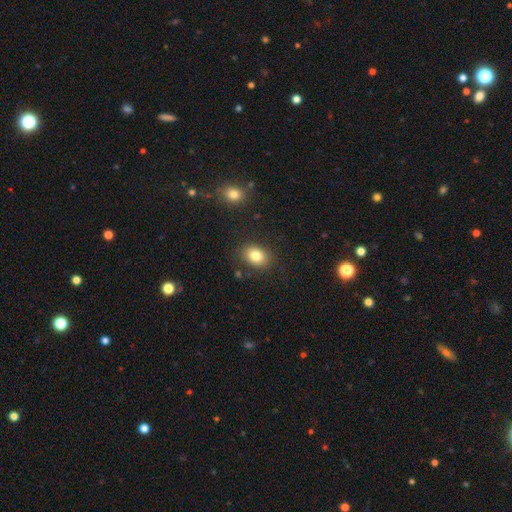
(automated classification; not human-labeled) smooth_or_featured: smooth (p=0.82) [alt: star or artifact p=0.09]
how_rounded: in between (p=0.68) [alt: round p=0.31]
merging: none (p=0.85) [alt: minor disturbance p=0.10]